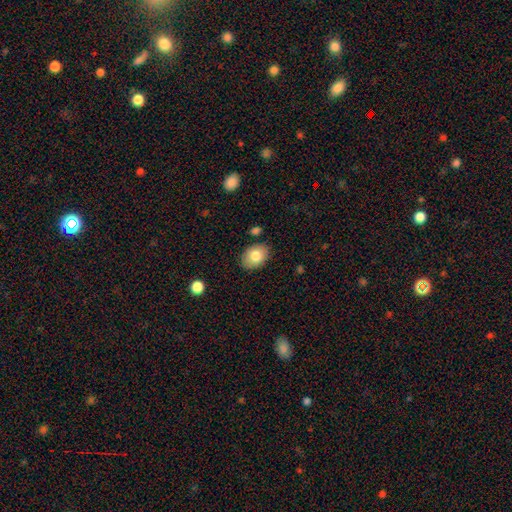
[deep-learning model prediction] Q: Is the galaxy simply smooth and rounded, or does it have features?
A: smooth — 81%.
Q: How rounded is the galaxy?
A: in between — 78%.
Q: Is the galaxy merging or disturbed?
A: none — 84%.